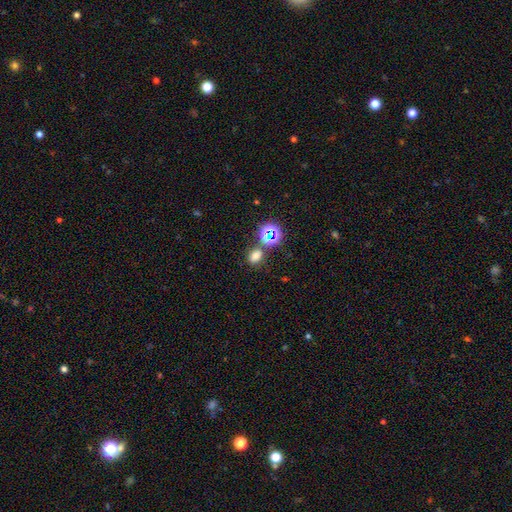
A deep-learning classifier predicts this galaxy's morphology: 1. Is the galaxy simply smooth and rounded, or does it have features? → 66% smooth, 26% star or artifact, 8% featured or disk.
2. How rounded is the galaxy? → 58% in between, 41% round, 1% cigar-shaped.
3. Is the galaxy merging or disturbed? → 71% none, 15% merger, 10% minor disturbance, 4% major disturbance.